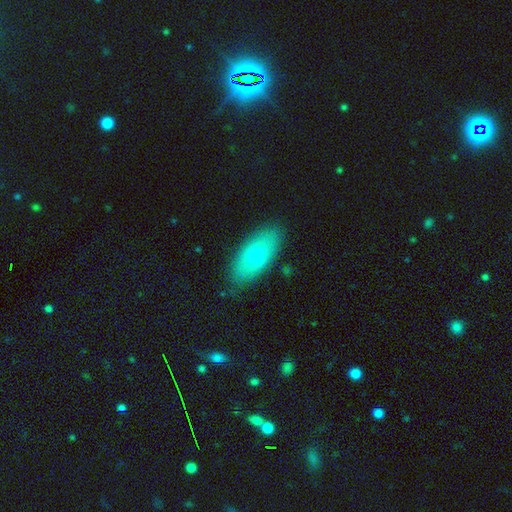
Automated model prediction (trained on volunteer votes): Smooth or featured: smooth — 69% (featured or disk — 25%)
How rounded: in between — 85% (cigar-shaped — 11%)
Merging: none — 83% (minor disturbance — 13%)